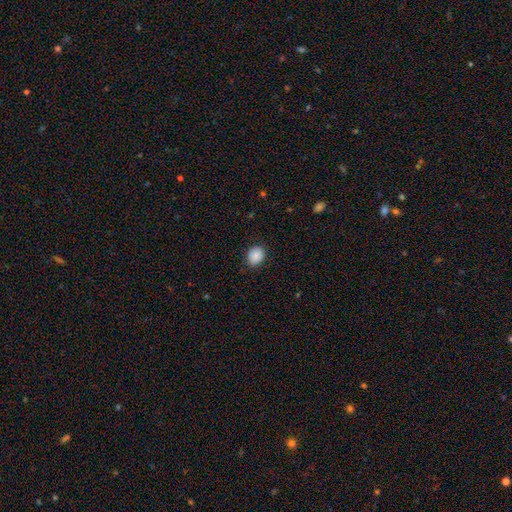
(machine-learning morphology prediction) Overall: smooth (88%). How rounded: round (50%; in between 49%). Merging: none (85%).